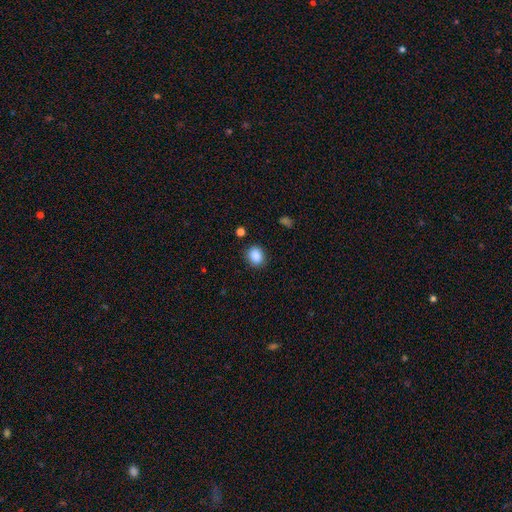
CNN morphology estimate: Smooth or featured? Predicted: smooth (p=0.88). How rounded? Predicted: round (p=0.56). Merging? Predicted: none (p=0.85).